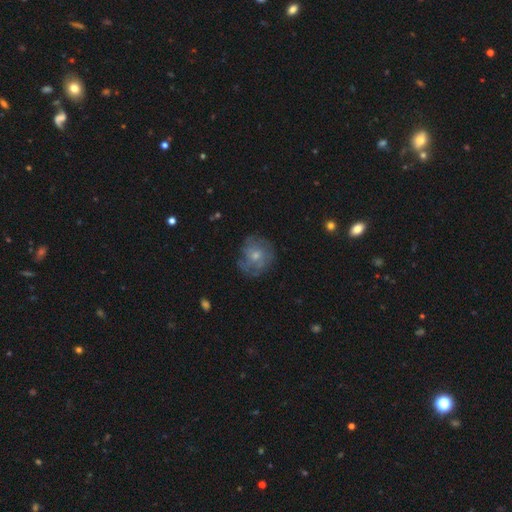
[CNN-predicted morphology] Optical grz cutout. It shows a featured or disk galaxy (48%). Merging: none (64%).